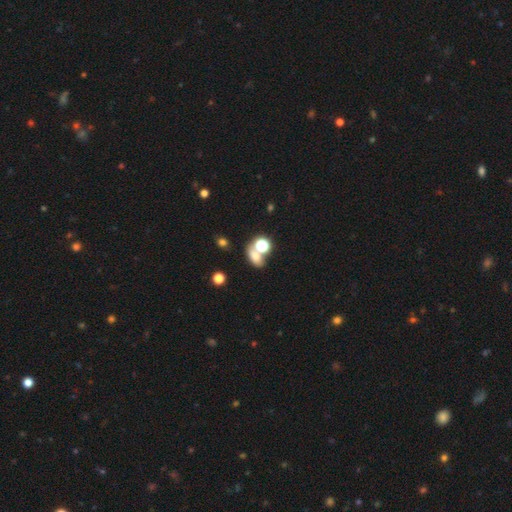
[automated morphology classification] A smooth galaxy with no disk features (63%) that is in between round and cigar-shaped (62%).

Vote fractions:
- Smooth or featured? smooth: 63% / star or artifact: 22% / featured or disk: 15%
- How rounded? in between: 62% / round: 34% / cigar-shaped: 4%
- Merging? none: 43% / merger: 39% / minor disturbance: 11% / major disturbance: 7%